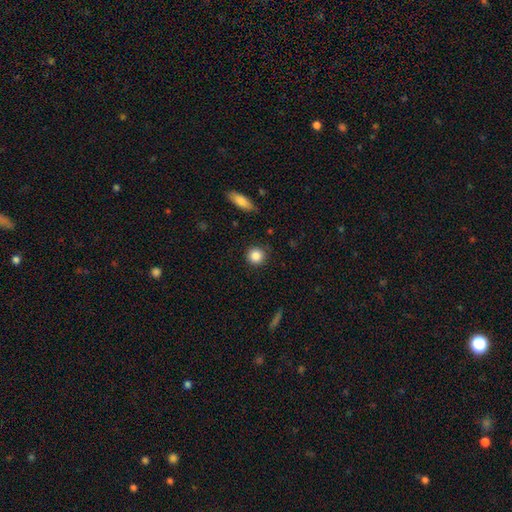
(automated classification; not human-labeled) The model was most divided on "smooth or featured": smooth: 86%, star or artifact: 9%, featured or disk: 5%. More confident: how rounded — round (92%); merging — none (88%).